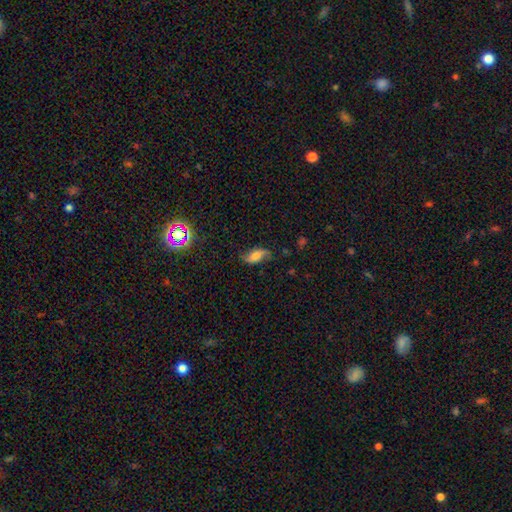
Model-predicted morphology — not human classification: Smooth or featured? Predicted: featured or disk (p=0.52). Edge-on disk? Predicted: no (p=0.92). Merging? Predicted: none (p=0.69).